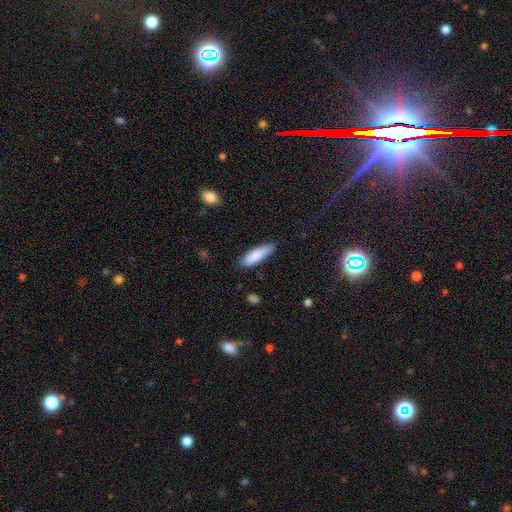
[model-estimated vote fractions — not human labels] Smooth or featured: smooth — 85% (featured or disk — 10%)
How rounded: cigar-shaped — 58% (in between — 41%)
Merging: none — 78% (minor disturbance — 17%)